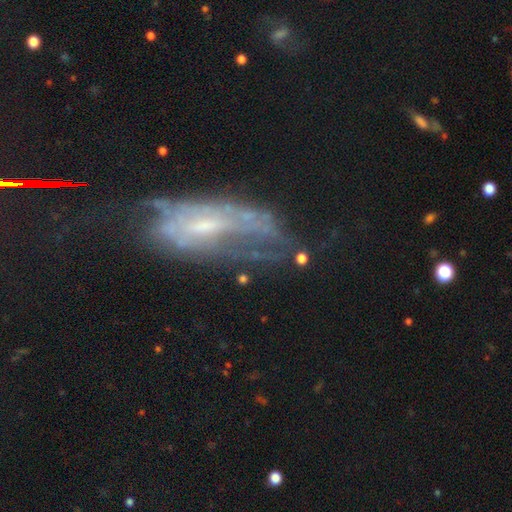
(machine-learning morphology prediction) type=featured or disk (70%); edge-on=no (84%); bar=no (48%); spiral arms=yes (59%); bulge=small (48%); merging=none (43%).